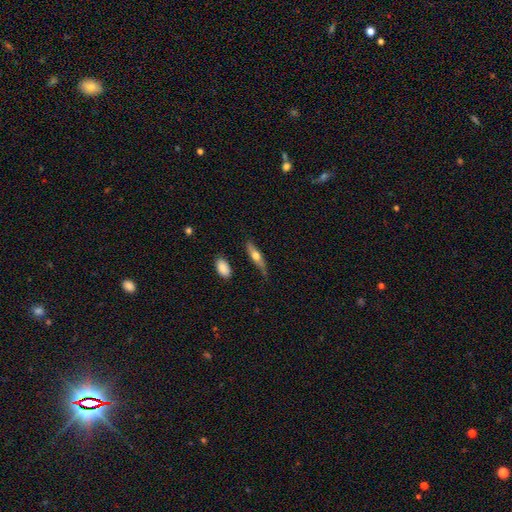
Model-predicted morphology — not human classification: smooth-or-featured: smooth: 56% | featured or disk: 38% | star or artifact: 6%
  how-rounded: cigar-shaped: 59% | in between: 37% | round: 3%
  merging: none: 63% | minor disturbance: 27% | major disturbance: 7% | merger: 3%